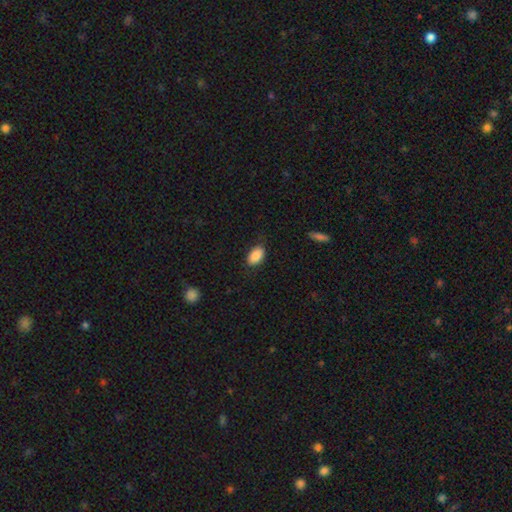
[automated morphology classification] Overall: smooth (88%). How rounded: in between (91%). Merging: none (79%).